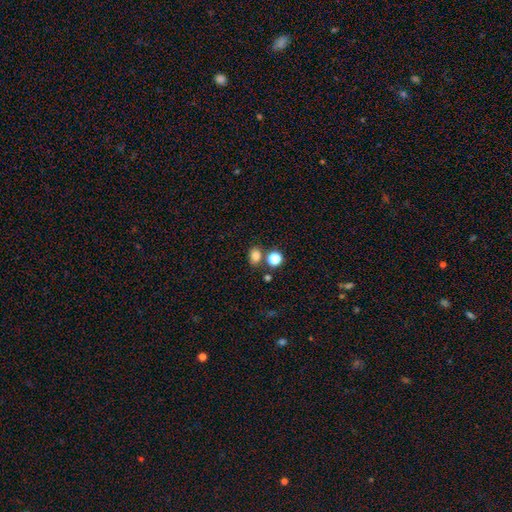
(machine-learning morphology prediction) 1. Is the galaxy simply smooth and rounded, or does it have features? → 80% smooth, 14% star or artifact, 5% featured or disk.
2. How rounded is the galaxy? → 58% in between, 41% round, 1% cigar-shaped.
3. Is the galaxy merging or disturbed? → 71% none, 14% merger, 11% minor disturbance, 4% major disturbance.